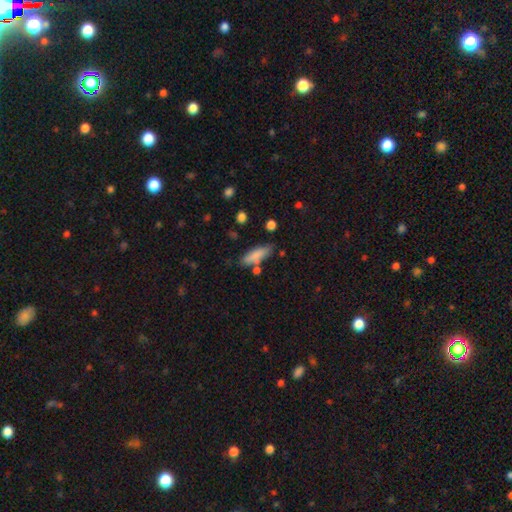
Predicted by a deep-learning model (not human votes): Smooth or featured?
  - smooth: 80% *
  - featured or disk: 13%
  - star or artifact: 7%
How rounded?
  - cigar-shaped: 57% *
  - in between: 40%
  - round: 2%
Merging?
  - none: 70% *
  - minor disturbance: 17%
  - merger: 9%
  - major disturbance: 4%